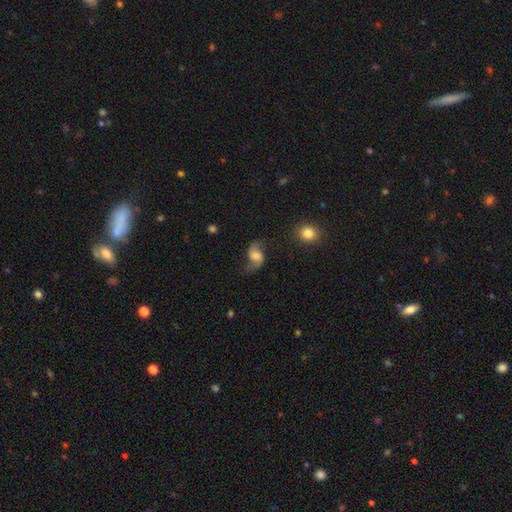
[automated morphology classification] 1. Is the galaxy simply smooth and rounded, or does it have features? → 76% featured or disk, 17% smooth, 7% star or artifact.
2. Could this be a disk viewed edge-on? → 97% no, 3% yes.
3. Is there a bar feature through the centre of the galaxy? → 50% no, 40% weak, 11% strong.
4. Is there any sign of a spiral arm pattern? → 94% yes, 6% no.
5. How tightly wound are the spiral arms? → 77% loose, 19% medium, 4% tight.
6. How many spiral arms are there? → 92% 2, 3% 1, 2% can't tell, 1% 3, 1% 4, 1% more than 4.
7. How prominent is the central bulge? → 52% moderate, 29% small, 11% large, 6% none, 2% dominant.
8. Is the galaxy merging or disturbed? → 65% none, 20% minor disturbance, 13% major disturbance, 3% merger.